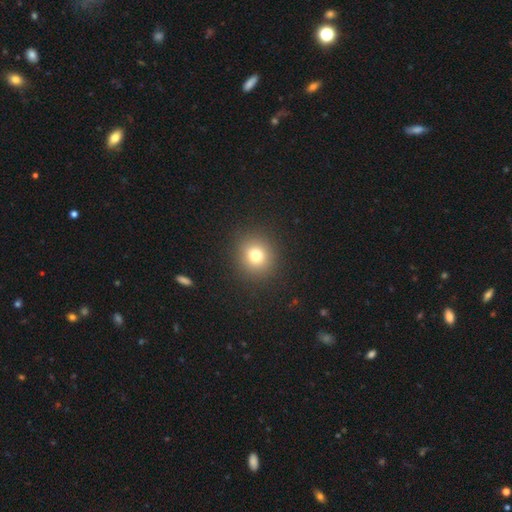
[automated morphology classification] smooth-or-featured: smooth: 76% | star or artifact: 14% | featured or disk: 9%
  how-rounded: round: 86% | in between: 13% | cigar-shaped: 1%
  merging: none: 90% | minor disturbance: 6% | major disturbance: 3% | merger: 1%